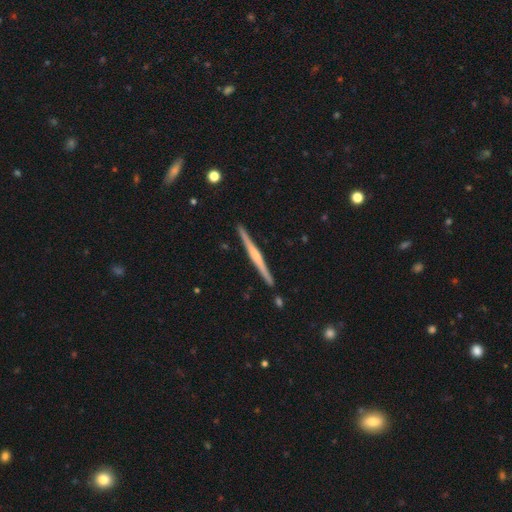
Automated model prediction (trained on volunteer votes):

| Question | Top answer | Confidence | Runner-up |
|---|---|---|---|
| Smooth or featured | featured or disk | 73% | smooth (22%) |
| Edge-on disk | yes | 98% | no (2%) |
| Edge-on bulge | rounded | 53% | none (30%) |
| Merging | none | 92% | minor disturbance (6%) |